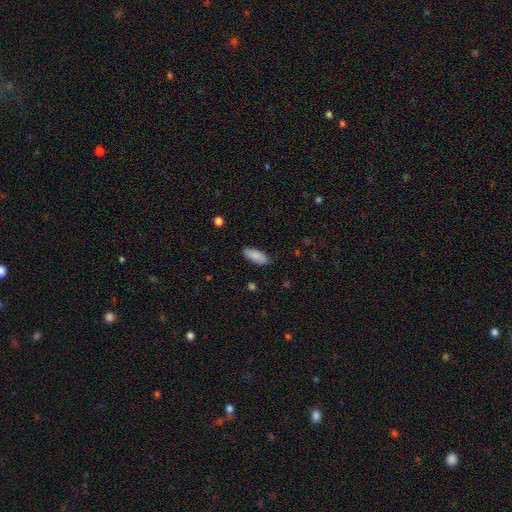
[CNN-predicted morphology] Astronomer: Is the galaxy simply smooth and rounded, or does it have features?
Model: smooth — 88%.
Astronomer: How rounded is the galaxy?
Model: in between — 81%.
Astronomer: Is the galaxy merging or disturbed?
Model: none — 87%.